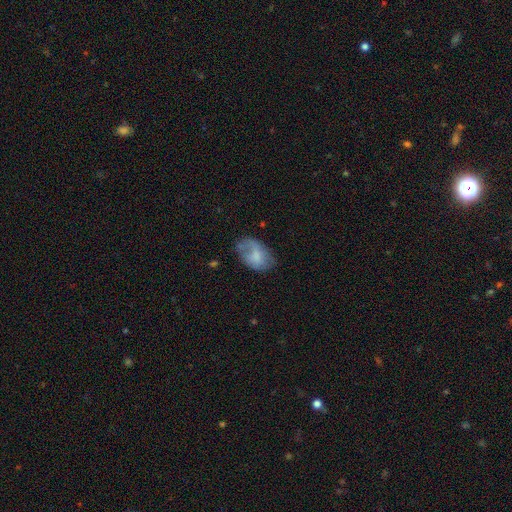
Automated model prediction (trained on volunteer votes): This appears to be a smooth galaxy with no disk features (65%) that is in between round and cigar-shaped (86%). Merging: none (46%).